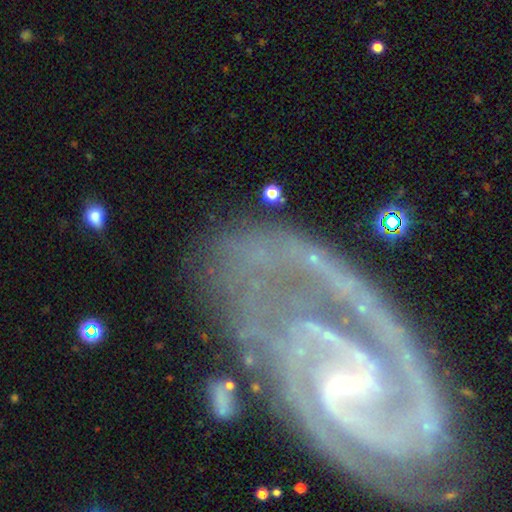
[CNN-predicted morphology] A featured or disk galaxy (75%) with a strong bar (36%), 2 (47%) tight (44%) spiral arms (77%) and a small central bulge (37%). Merging: none (57%).